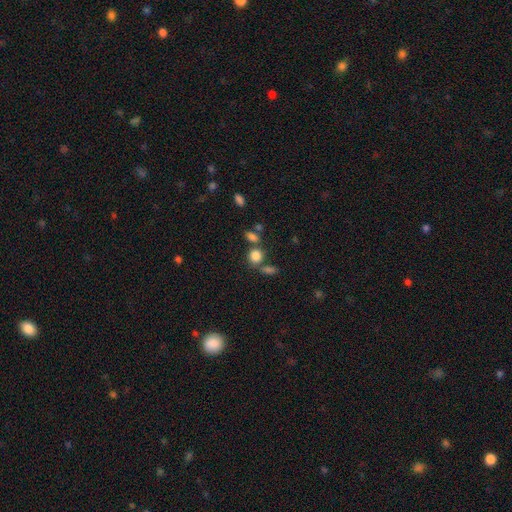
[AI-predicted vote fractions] Smooth or featured: smooth — 82% (star or artifact — 12%)
How rounded: round — 63% (in between — 35%)
Merging: none — 55% (merger — 28%)